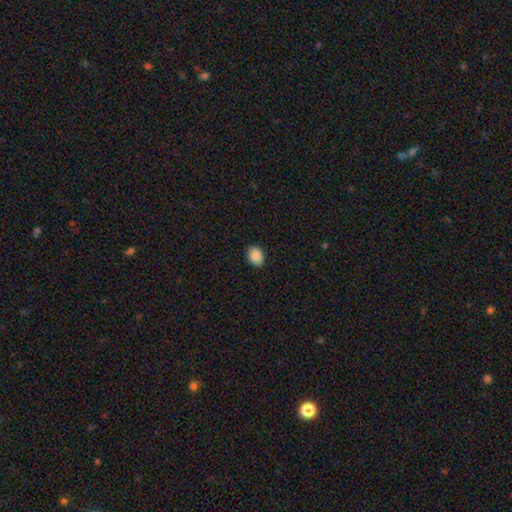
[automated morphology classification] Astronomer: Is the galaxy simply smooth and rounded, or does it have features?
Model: smooth — 87%.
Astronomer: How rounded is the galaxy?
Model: in between — 64%.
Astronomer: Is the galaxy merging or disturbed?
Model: none — 88%.